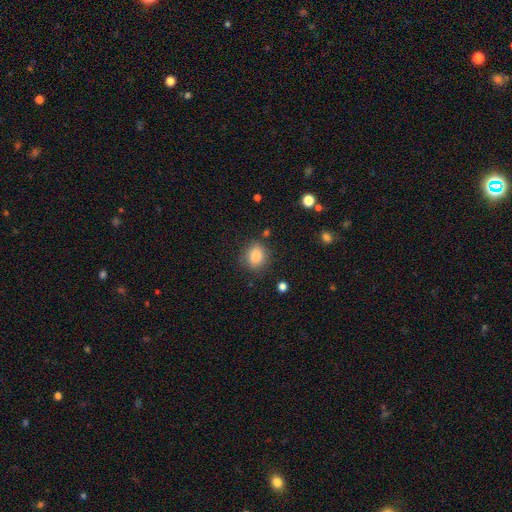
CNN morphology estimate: type=smooth (84%); roundness=round (68%); merging=none (82%).